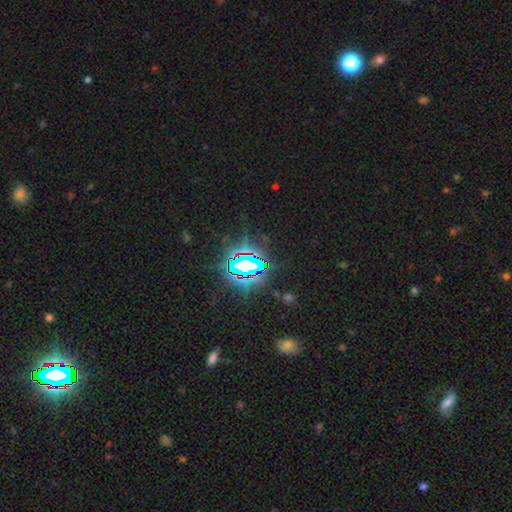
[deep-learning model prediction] This appears to be a star or artifact, not a galaxy (83%).